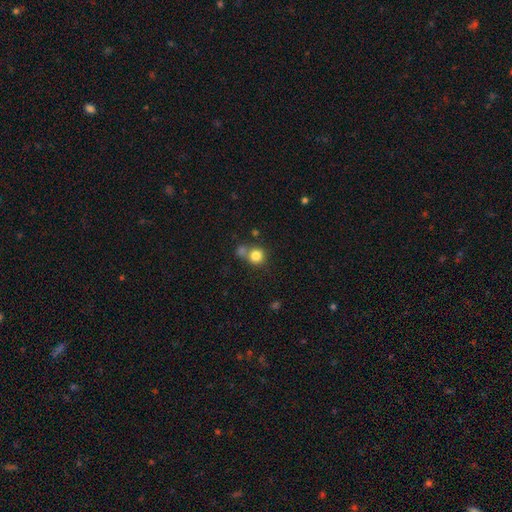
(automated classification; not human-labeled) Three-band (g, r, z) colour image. It shows a smooth galaxy with no disk features (82%) that is round (89%). Merging: none (55%).